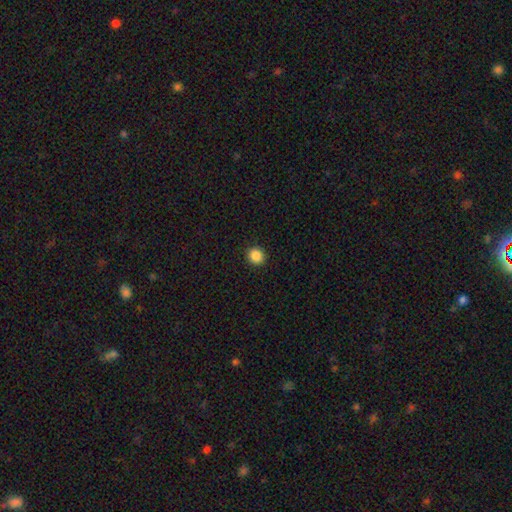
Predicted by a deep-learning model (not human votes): This is clearly a smooth galaxy (87%). How rounded: clearly round (90%). Merging: clearly none (93%).